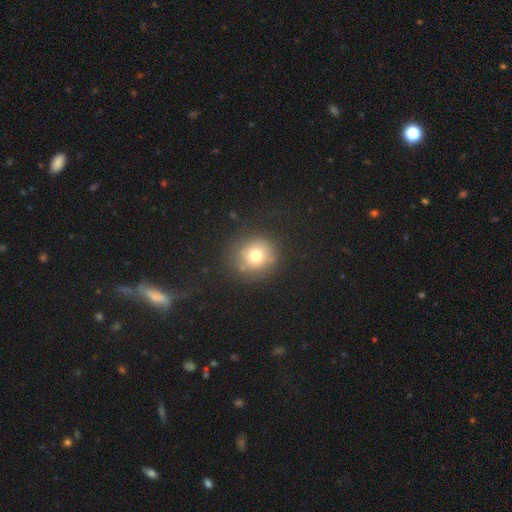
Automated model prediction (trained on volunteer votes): smooth-or-featured: smooth: 72% | featured or disk: 14% | star or artifact: 14%
  how-rounded: round: 85% | in between: 14% | cigar-shaped: 1%
  merging: none: 77% | minor disturbance: 14% | major disturbance: 6% | merger: 2%